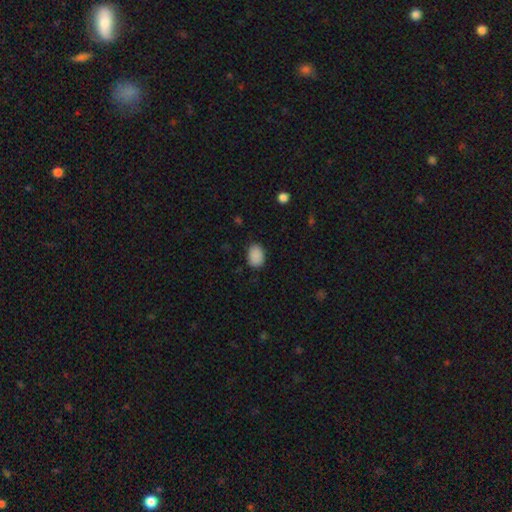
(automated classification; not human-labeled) Smooth or featured: smooth — 89% (star or artifact — 8%)
How rounded: in between — 73% (round — 26%)
Merging: none — 84% (minor disturbance — 12%)